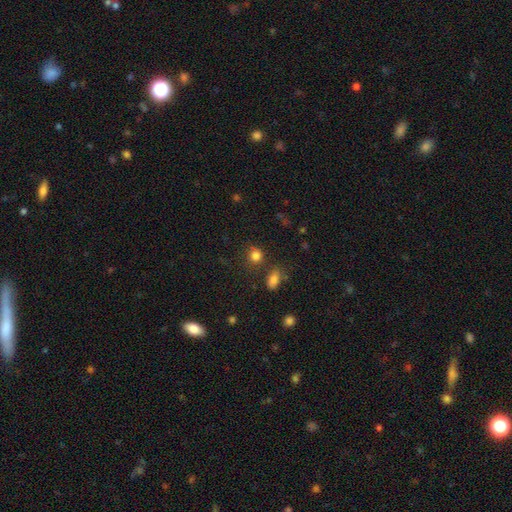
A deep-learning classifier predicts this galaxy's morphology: Smooth or featured? Predicted: smooth (p=0.82). How rounded? Predicted: round (p=0.83). Merging? Predicted: none (p=0.76).